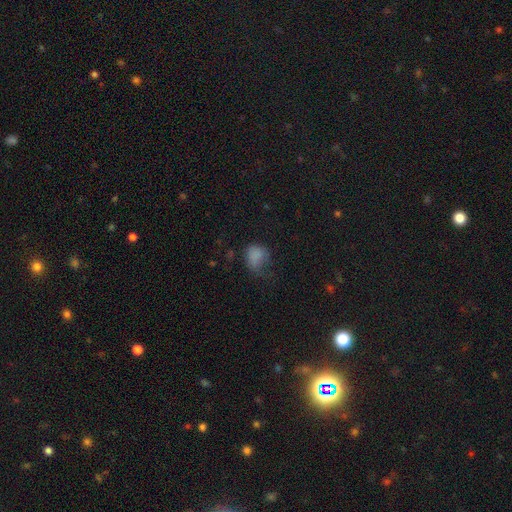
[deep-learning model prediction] smooth 76%, star or artifact 12%, featured or disk 12%. Down the decision tree: how rounded — in between (52%); merging — major disturbance (38%).